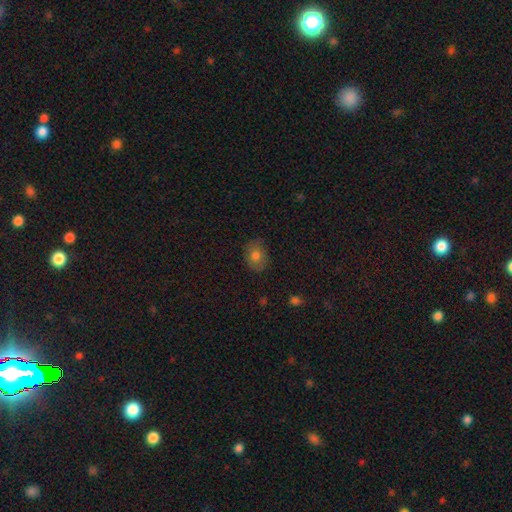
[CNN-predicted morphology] smooth-or-featured: smooth: 78% | featured or disk: 12% | star or artifact: 10%
  how-rounded: in between: 55% | round: 44% | cigar-shaped: 1%
  merging: none: 77% | minor disturbance: 17% | major disturbance: 4% | merger: 1%